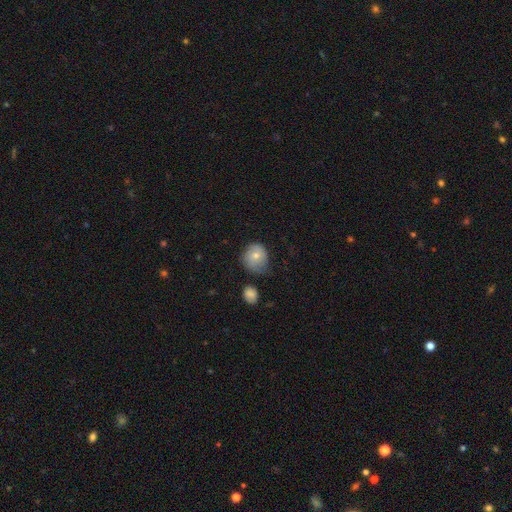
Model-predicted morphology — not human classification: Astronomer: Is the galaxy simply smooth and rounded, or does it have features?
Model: smooth — 72%.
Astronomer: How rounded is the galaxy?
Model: round — 78%.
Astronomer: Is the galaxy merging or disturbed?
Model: none — 51% (runner-up: minor disturbance, 35%).